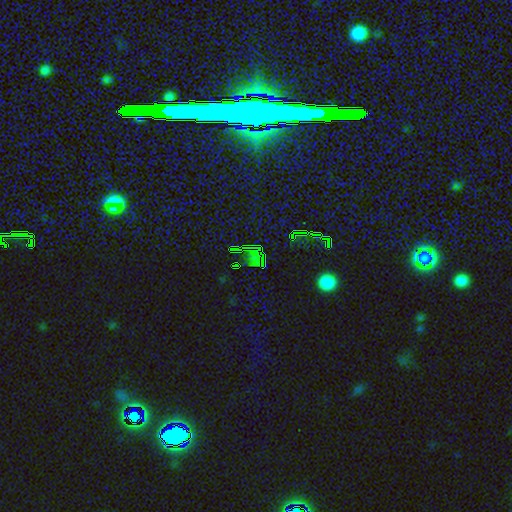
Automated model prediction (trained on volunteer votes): smooth_or_featured: star or artifact (p=0.77) [alt: smooth p=0.15]